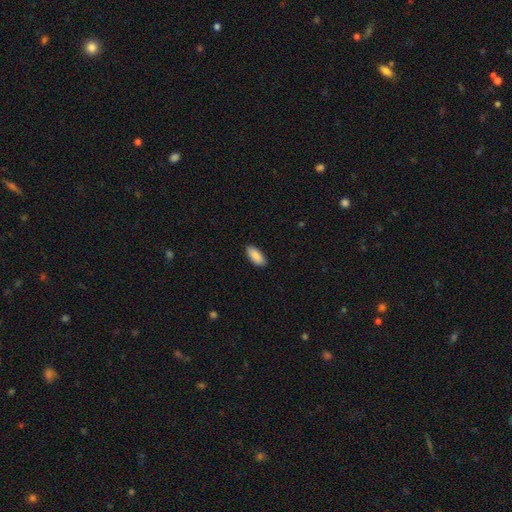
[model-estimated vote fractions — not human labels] smooth-or-featured: smooth: 89% | star or artifact: 6% | featured or disk: 5%
  how-rounded: in between: 89% | cigar-shaped: 10% | round: 2%
  merging: none: 89% | minor disturbance: 8% | major disturbance: 2% | merger: 1%